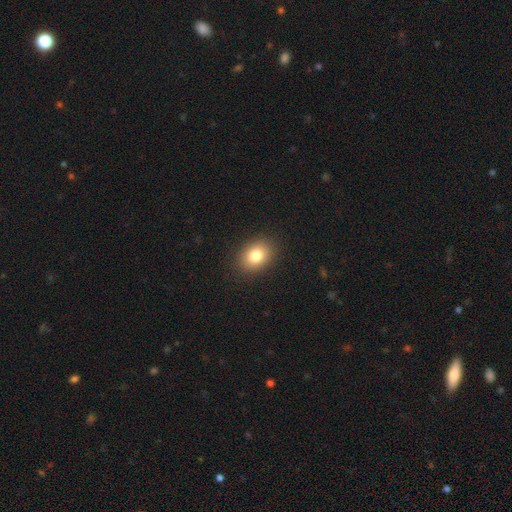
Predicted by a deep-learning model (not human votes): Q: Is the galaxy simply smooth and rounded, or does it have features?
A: smooth — 81%.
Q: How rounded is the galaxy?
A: in between — 67%.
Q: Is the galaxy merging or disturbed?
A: none — 89%.